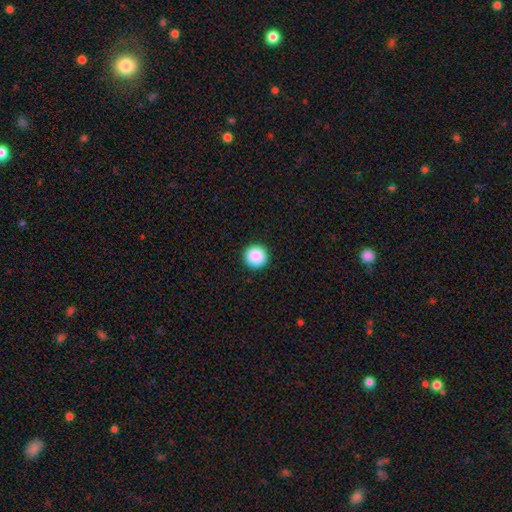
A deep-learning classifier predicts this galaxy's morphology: Smooth or featured? smooth (88%)
How rounded? round (97%)
Merging? none (93%)